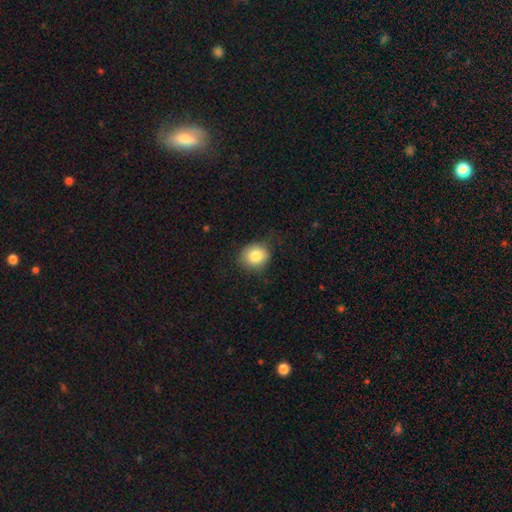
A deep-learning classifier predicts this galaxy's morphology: Overall: smooth (83%). How rounded: round (73%). Merging: none (72%).